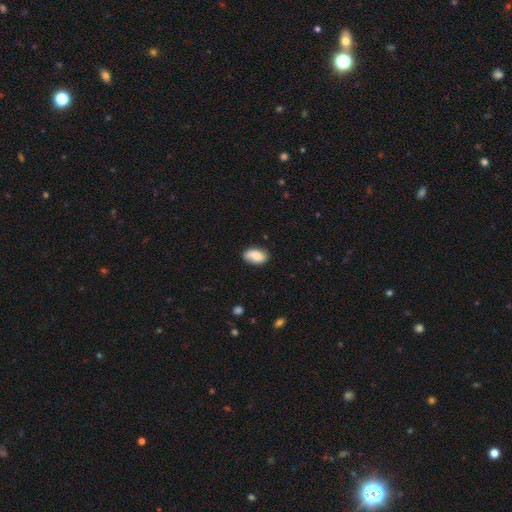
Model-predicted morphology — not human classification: Overall: smooth (78%). How rounded: in between (91%). Merging: none (75%).